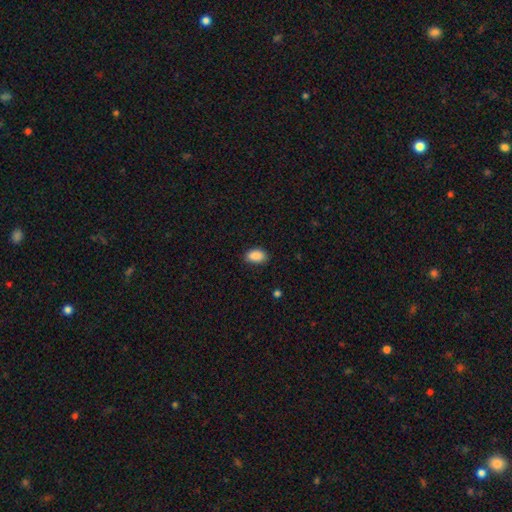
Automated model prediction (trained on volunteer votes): smooth 90%, star or artifact 8%, featured or disk 3%. Down the decision tree: how rounded — in between (90%); merging — none (83%).